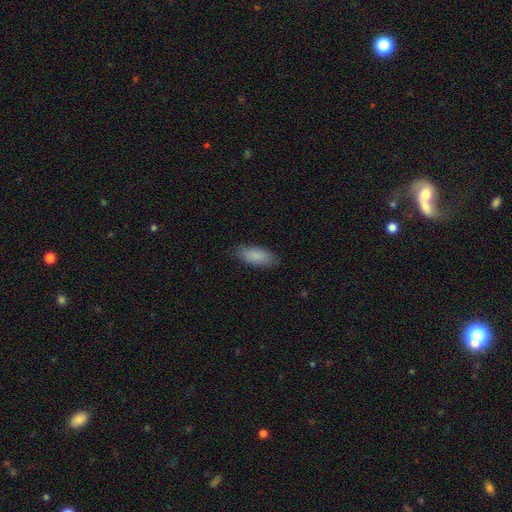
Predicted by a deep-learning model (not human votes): The model was most divided on "how rounded": in between: 80%, cigar-shaped: 18%, round: 2%. More confident: smooth or featured — smooth (87%); merging — none (83%).